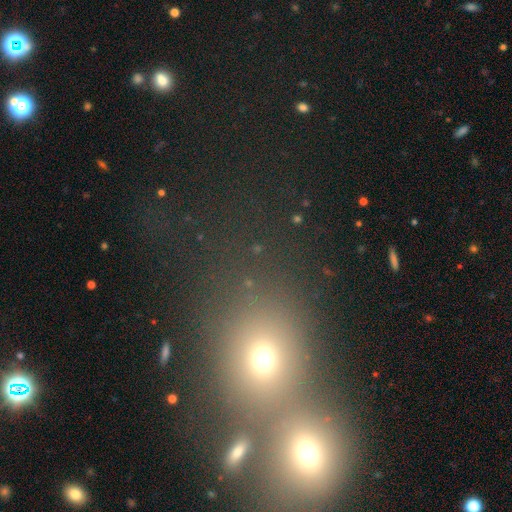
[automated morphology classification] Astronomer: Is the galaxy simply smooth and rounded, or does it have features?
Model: smooth — 55% (runner-up: star or artifact, 33%).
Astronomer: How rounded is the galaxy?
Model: round — 68%.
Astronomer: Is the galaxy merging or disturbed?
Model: merger — 45% (runner-up: none, 41%).